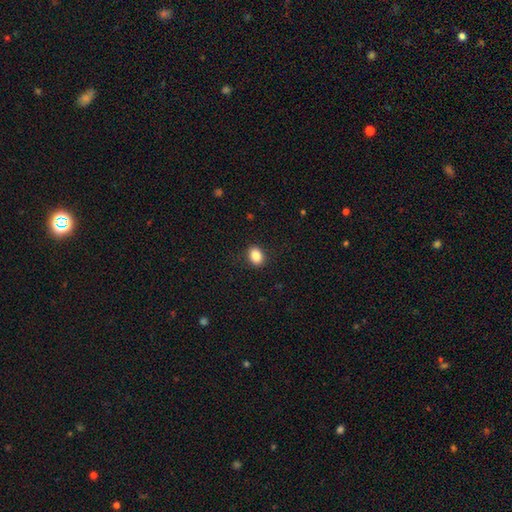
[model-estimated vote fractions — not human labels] A smooth galaxy with no disk features (86%) that is in between round and cigar-shaped (66%).

Vote fractions:
- Smooth or featured? smooth: 86% / star or artifact: 9% / featured or disk: 5%
- How rounded? in between: 66% / round: 32% / cigar-shaped: 1%
- Merging? none: 88% / minor disturbance: 8% / major disturbance: 2% / merger: 1%